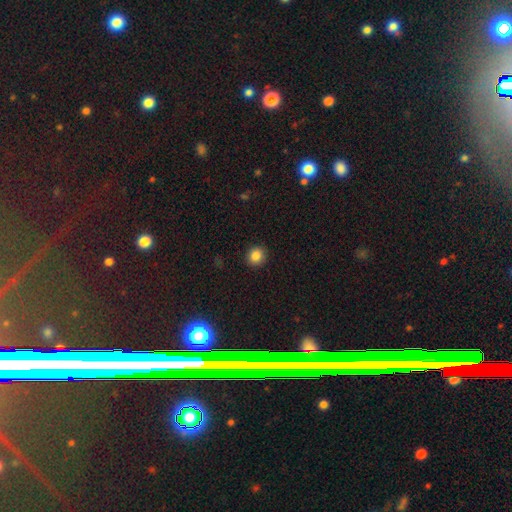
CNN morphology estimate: smooth_or_featured: smooth (p=0.85) [alt: star or artifact p=0.11]
how_rounded: round (p=0.87) [alt: in between p=0.12]
merging: none (p=0.92) [alt: minor disturbance p=0.05]